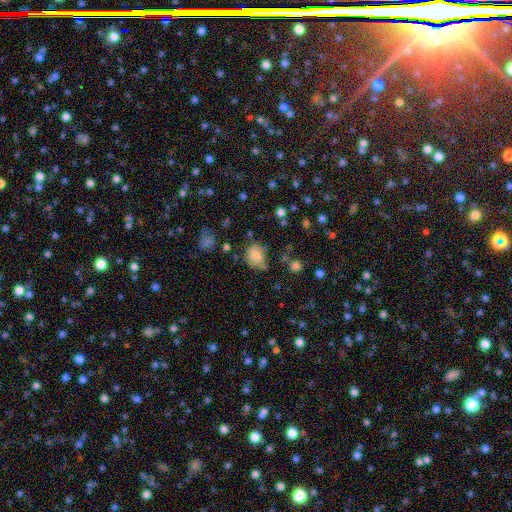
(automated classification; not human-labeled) smooth 73%, featured or disk 16%, star or artifact 10%. Down the decision tree: how rounded — in between (53%); merging — none (49%).